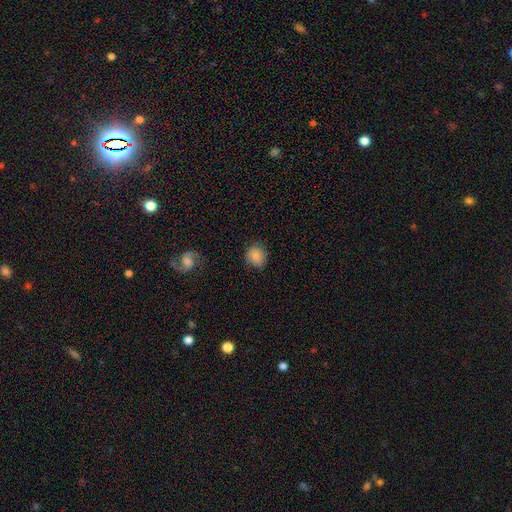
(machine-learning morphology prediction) A smooth galaxy with no disk features (82%) that is round (78%). Merging: none (79%).